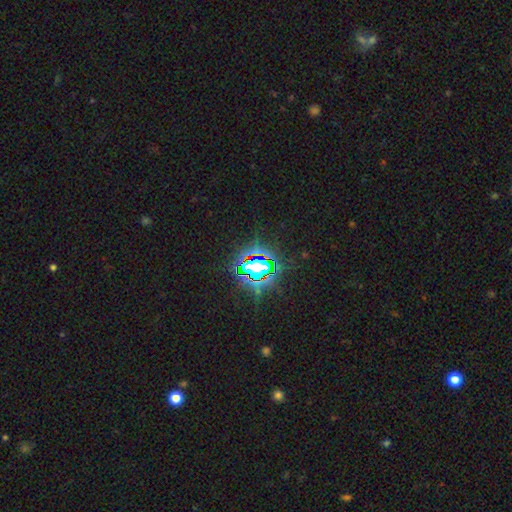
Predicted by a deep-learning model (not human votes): Q: Smooth or featured?
A: star or artifact (83%); runner-up: smooth (10%)